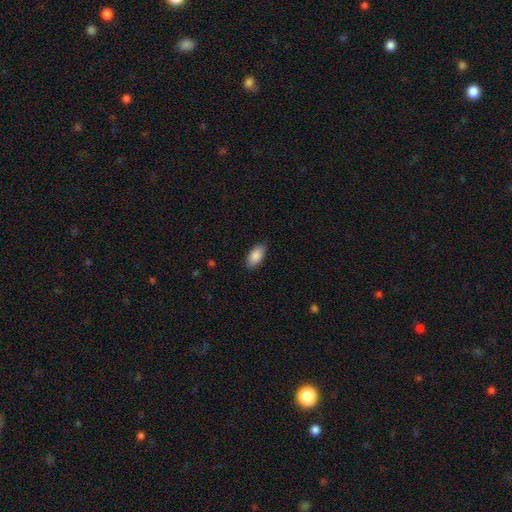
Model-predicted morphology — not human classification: smooth 89%, star or artifact 6%, featured or disk 5%. Down the decision tree: how rounded — in between (93%); merging — none (86%).